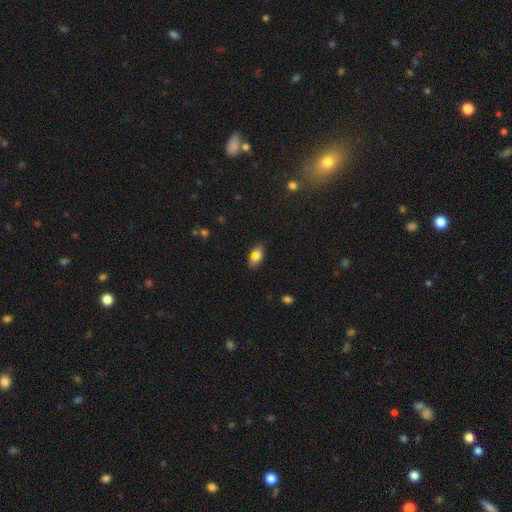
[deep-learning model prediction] Morphology: type=smooth (61%); roundness=in between (82%); merging=none (61%).